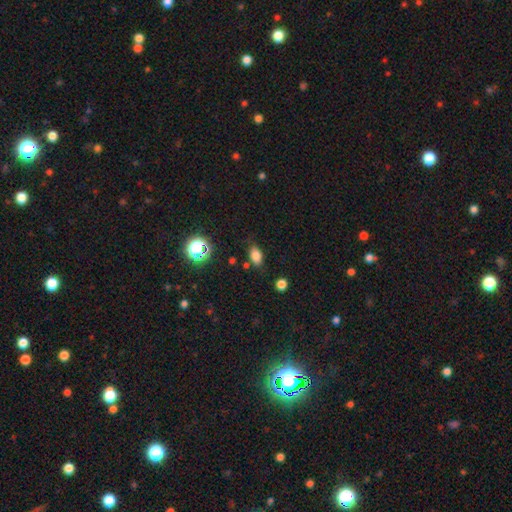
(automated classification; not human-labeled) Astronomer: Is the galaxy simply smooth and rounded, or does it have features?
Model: smooth — 79%.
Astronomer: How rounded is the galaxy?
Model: in between — 84%.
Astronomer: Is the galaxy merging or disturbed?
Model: none — 77%.